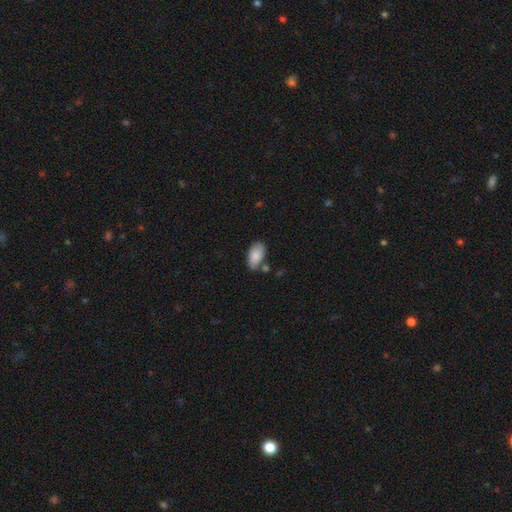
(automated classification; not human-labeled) The model was most divided on "merging": none: 60%, minor disturbance: 22%, merger: 13%, major disturbance: 5%. More confident: how rounded — in between (94%); smooth or featured — smooth (82%).